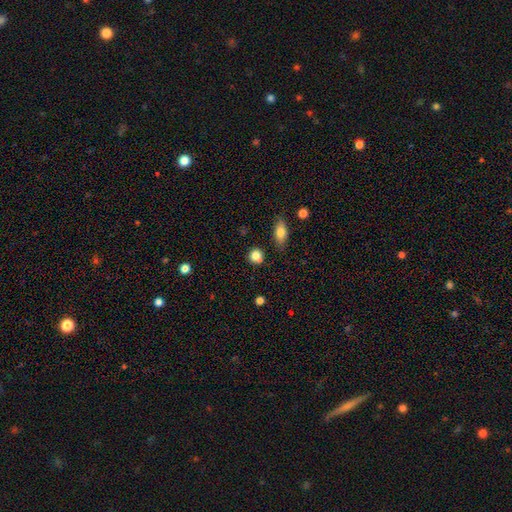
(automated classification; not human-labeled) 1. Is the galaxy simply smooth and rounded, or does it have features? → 83% smooth, 10% star or artifact, 7% featured or disk.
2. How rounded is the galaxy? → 83% round, 15% in between, 2% cigar-shaped.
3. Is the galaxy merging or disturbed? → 77% none, 13% minor disturbance, 7% merger, 3% major disturbance.